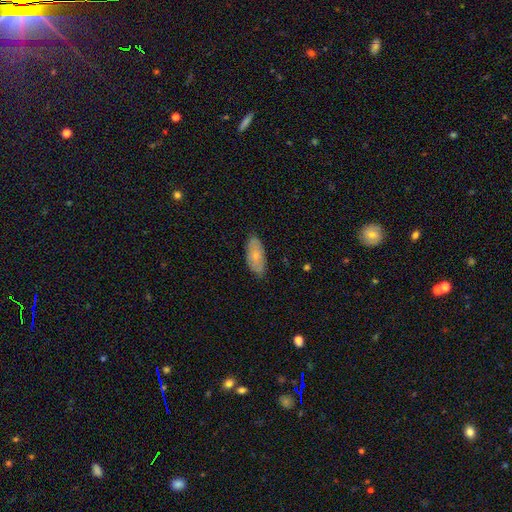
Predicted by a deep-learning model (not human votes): Smooth or featured? Predicted: smooth (p=0.67). How rounded? Predicted: in between (p=0.90). Merging? Predicted: none (p=0.80).